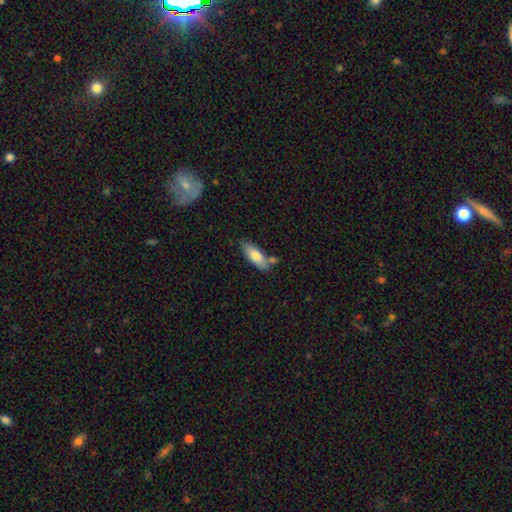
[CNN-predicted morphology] The model was most divided on "how rounded": in between: 69%, cigar-shaped: 29%, round: 2%. More confident: smooth or featured — smooth (74%); merging — none (65%).